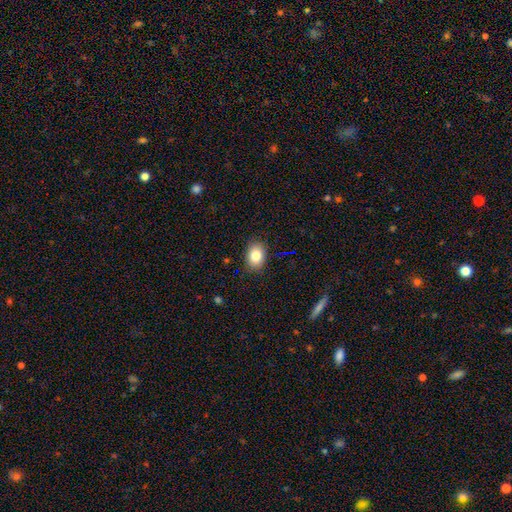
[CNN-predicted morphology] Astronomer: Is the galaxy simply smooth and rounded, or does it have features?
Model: smooth — 83%.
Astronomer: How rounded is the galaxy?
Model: in between — 72%.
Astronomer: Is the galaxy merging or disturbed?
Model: none — 87%.